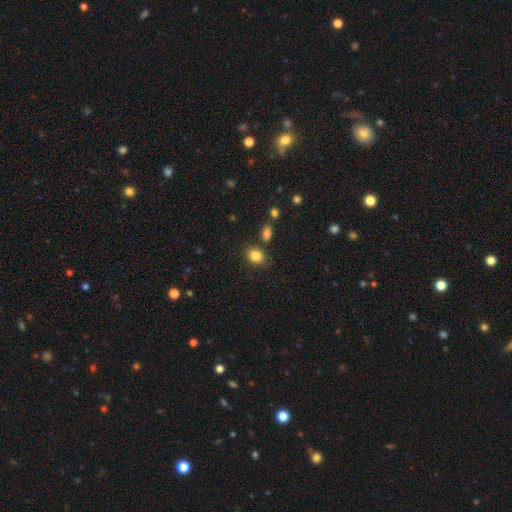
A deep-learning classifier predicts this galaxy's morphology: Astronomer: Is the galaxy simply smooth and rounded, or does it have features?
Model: smooth — 85%.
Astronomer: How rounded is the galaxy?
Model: in between — 54% (runner-up: round, 45%).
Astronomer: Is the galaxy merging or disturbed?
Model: none — 77%.